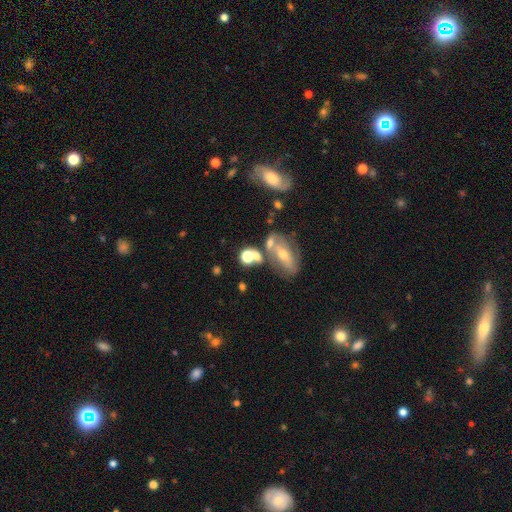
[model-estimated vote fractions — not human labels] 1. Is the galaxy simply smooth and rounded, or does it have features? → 55% smooth, 27% featured or disk, 18% star or artifact.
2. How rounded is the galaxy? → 48% in between, 46% round, 6% cigar-shaped.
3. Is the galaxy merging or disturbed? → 42% none, 36% merger, 14% minor disturbance, 9% major disturbance.